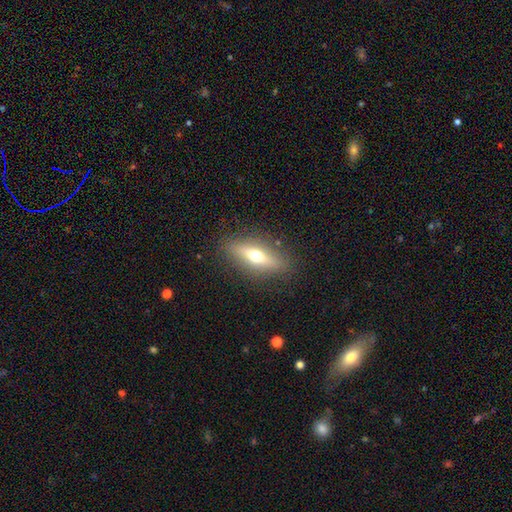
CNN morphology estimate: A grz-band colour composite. It shows a featured or disk galaxy (48%). Merging: none (86%).